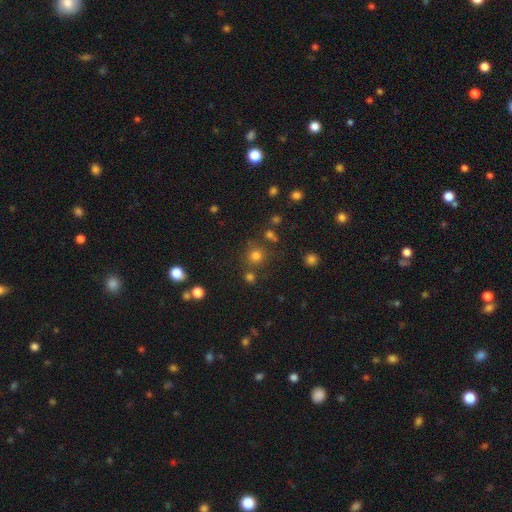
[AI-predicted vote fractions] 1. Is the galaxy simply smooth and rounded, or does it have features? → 74% smooth, 19% star or artifact, 6% featured or disk.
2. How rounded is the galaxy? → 92% round, 7% in between, 1% cigar-shaped.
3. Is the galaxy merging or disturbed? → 76% none, 11% merger, 9% minor disturbance, 4% major disturbance.